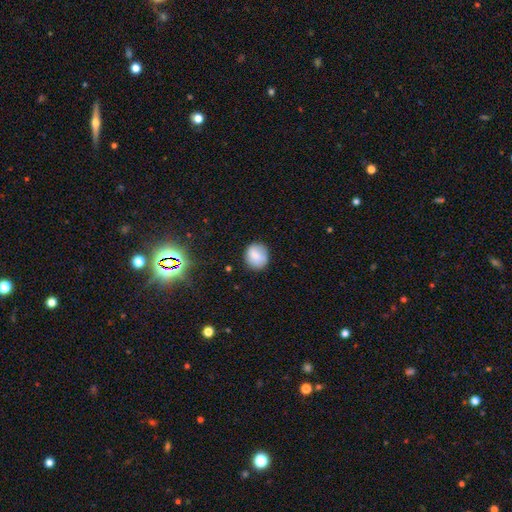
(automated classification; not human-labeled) Smooth or featured: smooth — 80% (featured or disk — 11%)
How rounded: round — 83% (in between — 16%)
Merging: none — 83% (minor disturbance — 12%)